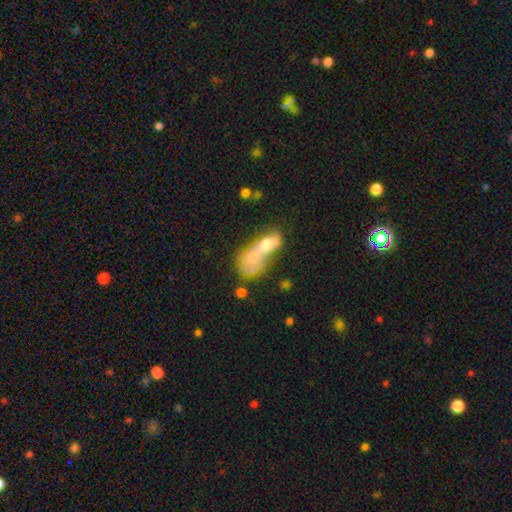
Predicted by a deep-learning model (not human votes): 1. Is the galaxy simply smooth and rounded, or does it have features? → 54% smooth, 34% featured or disk, 11% star or artifact.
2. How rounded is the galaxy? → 66% in between, 26% round, 9% cigar-shaped.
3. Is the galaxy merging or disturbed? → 78% merger, 11% none, 6% major disturbance, 5% minor disturbance.